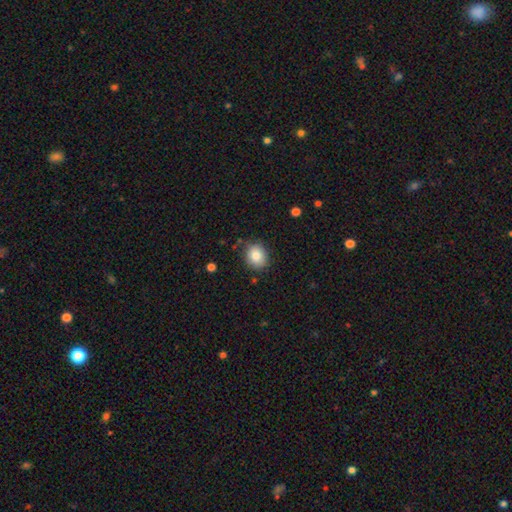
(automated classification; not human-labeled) A smooth galaxy with no disk features (83%) that is round (64%).

Vote fractions:
- Smooth or featured? smooth: 83% / star or artifact: 9% / featured or disk: 8%
- How rounded? round: 64% / in between: 35% / cigar-shaped: 1%
- Merging? none: 84% / minor disturbance: 12% / major disturbance: 3% / merger: 2%